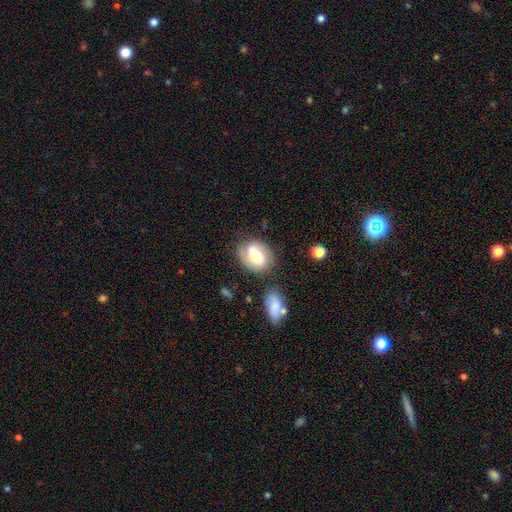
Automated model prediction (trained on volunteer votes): A featured or disk galaxy (49%).

Vote fractions:
- Smooth or featured? featured or disk: 49% / smooth: 43% / star or artifact: 8%
- Merging? none: 58% / minor disturbance: 22% / merger: 12% / major disturbance: 9%